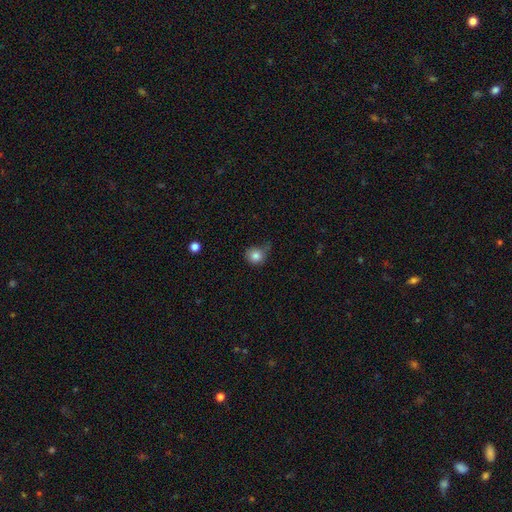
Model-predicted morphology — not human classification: The model was most divided on "merging": none: 57%, minor disturbance: 29%, major disturbance: 9%, merger: 5%. More confident: how rounded — round (86%); smooth or featured — smooth (82%).